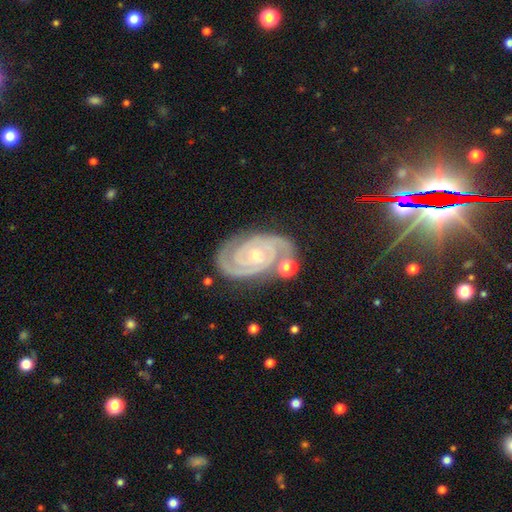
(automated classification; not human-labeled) Smooth or featured? Predicted: featured or disk (p=0.91). Edge-on disk? Predicted: no (p=0.98). Bar? Predicted: no (p=0.68). Spiral arms? Predicted: yes (p=0.99). Spiral winding? Predicted: tight (p=0.81). Spiral arm count? Predicted: 2 (p=0.87). Bulge size? Predicted: small (p=0.72). Merging? Predicted: none (p=0.79).